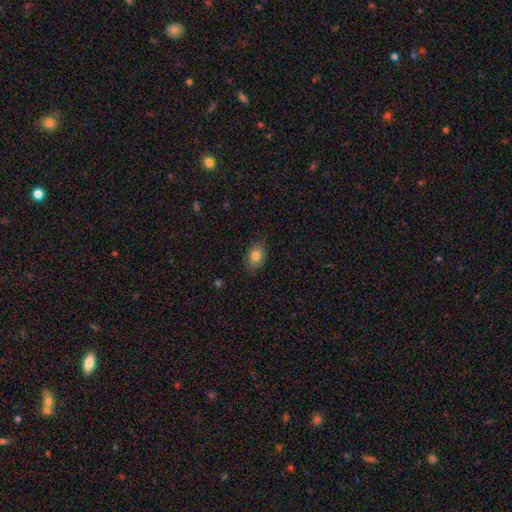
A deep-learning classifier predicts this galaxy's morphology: type=smooth (82%); roundness=in between (77%); merging=none (80%).